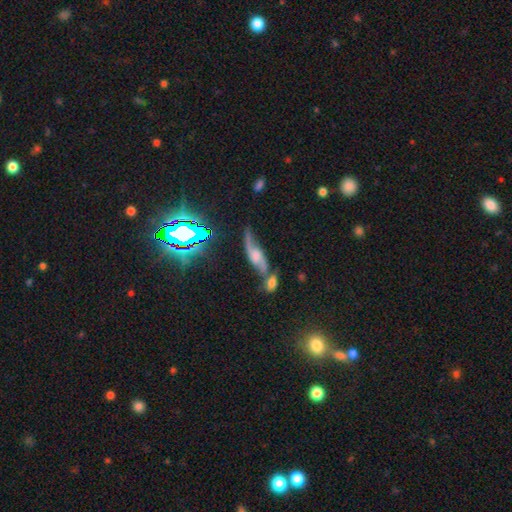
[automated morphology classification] A featured or disk galaxy (62%).

Vote fractions:
- Smooth or featured? featured or disk: 62% / star or artifact: 21% / smooth: 17%
- Edge-on disk? no: 73% / yes: 27%
- Merging? none: 38% / merger: 34% / minor disturbance: 17% / major disturbance: 12%